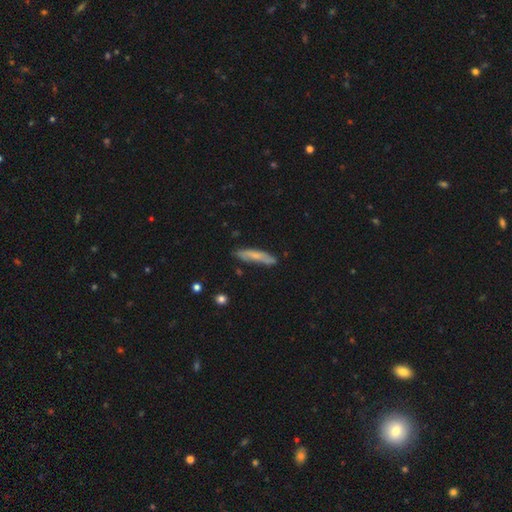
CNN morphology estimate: smooth-or-featured: smooth: 62% | featured or disk: 32% | star or artifact: 7%
  how-rounded: cigar-shaped: 85% | in between: 14% | round: 2%
  merging: none: 78% | minor disturbance: 17% | major disturbance: 3% | merger: 2%